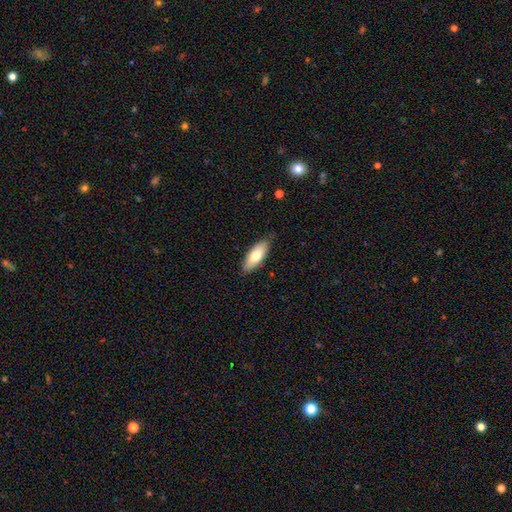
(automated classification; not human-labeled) Smooth or featured: smooth — 73% (featured or disk — 21%)
How rounded: in between — 74% (cigar-shaped — 24%)
Merging: none — 82% (minor disturbance — 15%)